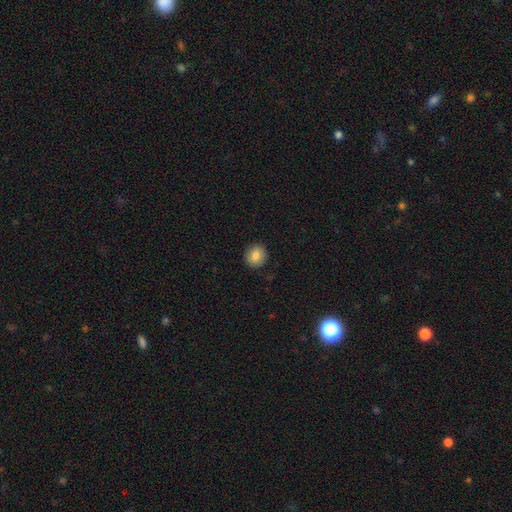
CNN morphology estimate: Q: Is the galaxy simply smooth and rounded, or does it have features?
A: smooth — 84%.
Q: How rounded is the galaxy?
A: round — 86%.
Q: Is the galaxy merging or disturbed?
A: none — 91%.